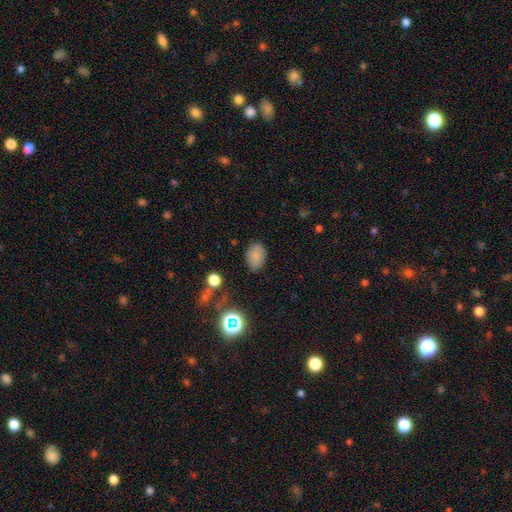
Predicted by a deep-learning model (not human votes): Smooth or featured?
  - smooth: 80% *
  - star or artifact: 12%
  - featured or disk: 8%
How rounded?
  - in between: 77% *
  - round: 22%
  - cigar-shaped: 1%
Merging?
  - none: 82% *
  - minor disturbance: 13%
  - major disturbance: 4%
  - merger: 2%